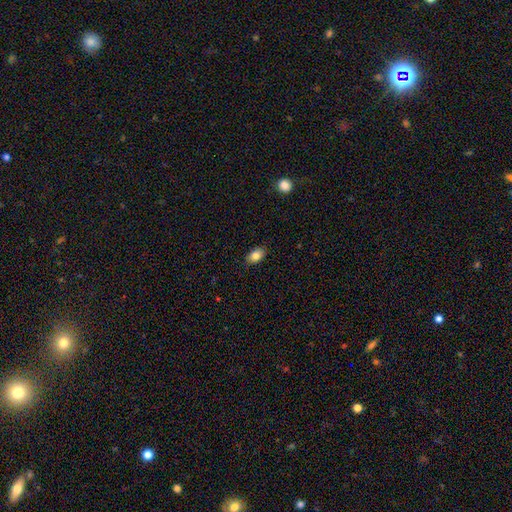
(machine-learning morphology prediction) Smooth or featured?
  - smooth: 84% *
  - star or artifact: 8%
  - featured or disk: 8%
How rounded?
  - in between: 87% *
  - round: 11%
  - cigar-shaped: 2%
Merging?
  - none: 87% *
  - minor disturbance: 10%
  - major disturbance: 2%
  - merger: 1%